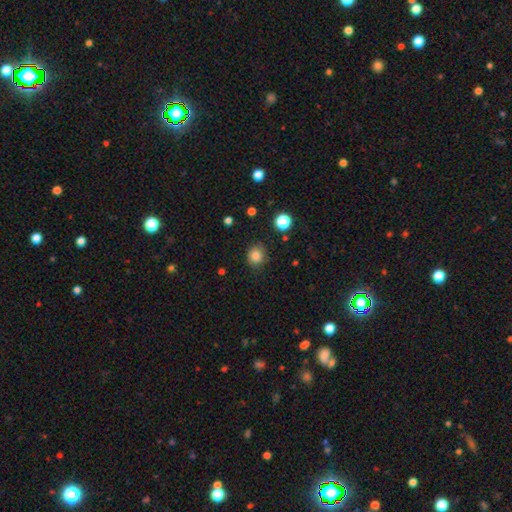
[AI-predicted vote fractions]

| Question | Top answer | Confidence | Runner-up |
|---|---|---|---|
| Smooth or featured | smooth | 82% | star or artifact (12%) |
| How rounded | round | 79% | in between (20%) |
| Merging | none | 84% | minor disturbance (12%) |